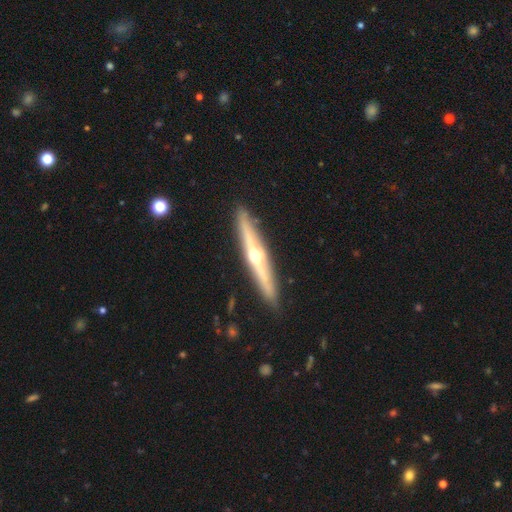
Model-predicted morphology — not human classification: Smooth or featured? Predicted: featured or disk (p=0.71). Edge-on disk? Predicted: yes (p=0.96). Edge-on bulge? Predicted: rounded (p=0.93). Merging? Predicted: none (p=0.89).